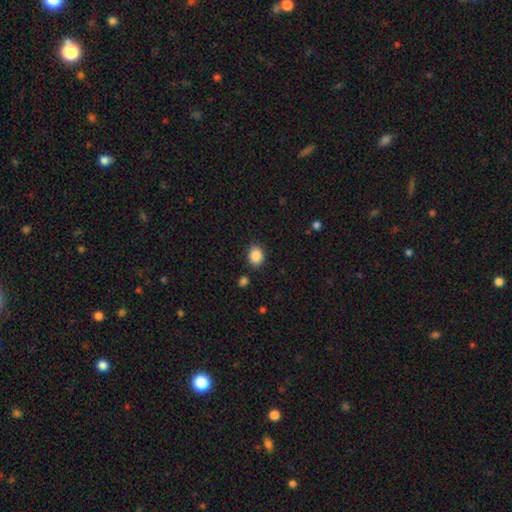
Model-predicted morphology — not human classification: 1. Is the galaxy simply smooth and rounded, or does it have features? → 88% smooth, 9% star or artifact, 3% featured or disk.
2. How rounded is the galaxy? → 50% in between, 49% round, 1% cigar-shaped.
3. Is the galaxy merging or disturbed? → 83% none, 11% minor disturbance, 3% merger, 3% major disturbance.